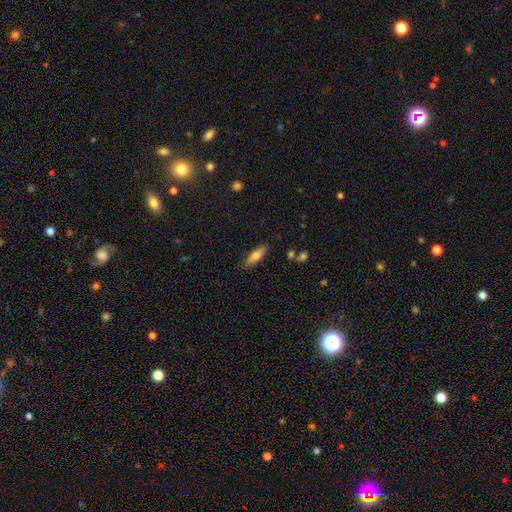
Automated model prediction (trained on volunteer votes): smooth-or-featured: smooth: 67% | featured or disk: 26% | star or artifact: 7%
  how-rounded: cigar-shaped: 54% | in between: 44% | round: 2%
  merging: none: 85% | minor disturbance: 11% | major disturbance: 2% | merger: 2%